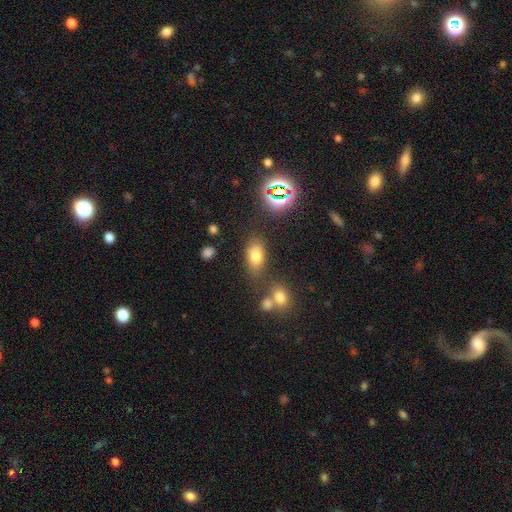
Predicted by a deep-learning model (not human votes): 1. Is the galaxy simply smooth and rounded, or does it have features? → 72% smooth, 17% star or artifact, 11% featured or disk.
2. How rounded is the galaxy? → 80% in between, 16% round, 3% cigar-shaped.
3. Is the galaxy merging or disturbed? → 71% none, 14% minor disturbance, 10% merger, 6% major disturbance.